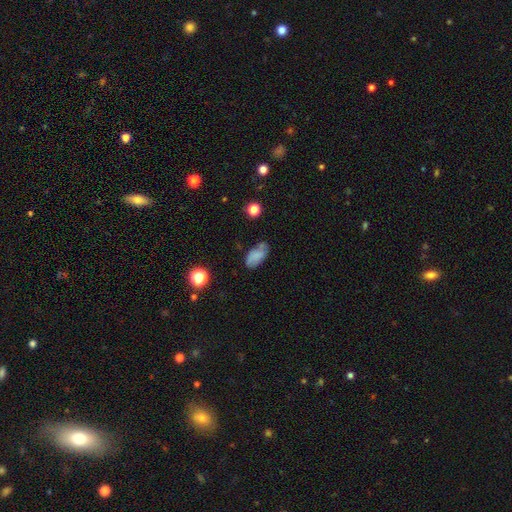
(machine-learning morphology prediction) Smooth or featured?
  - smooth: 71% *
  - featured or disk: 18%
  - star or artifact: 11%
How rounded?
  - in between: 91% *
  - round: 4%
  - cigar-shaped: 4%
Merging?
  - none: 58% *
  - minor disturbance: 27%
  - major disturbance: 9%
  - merger: 6%